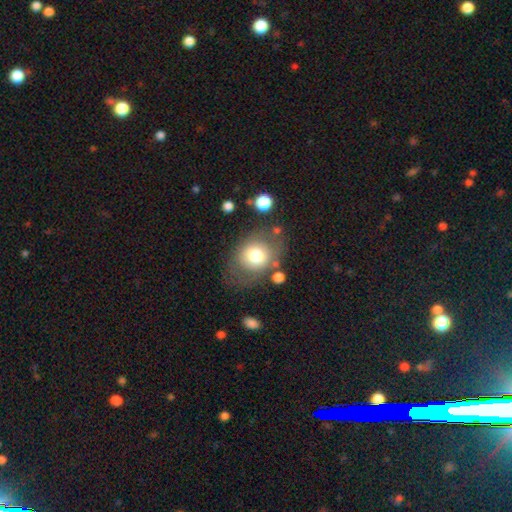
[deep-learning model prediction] Morphology: type=smooth (69%); roundness=in between (50%); merging=none (64%).